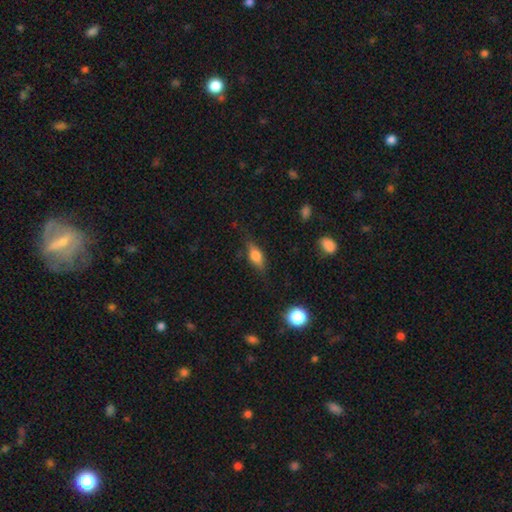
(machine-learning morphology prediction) smooth 58%, featured or disk 33%, star or artifact 9%. Down the decision tree: how rounded — in between (68%); merging — none (78%).